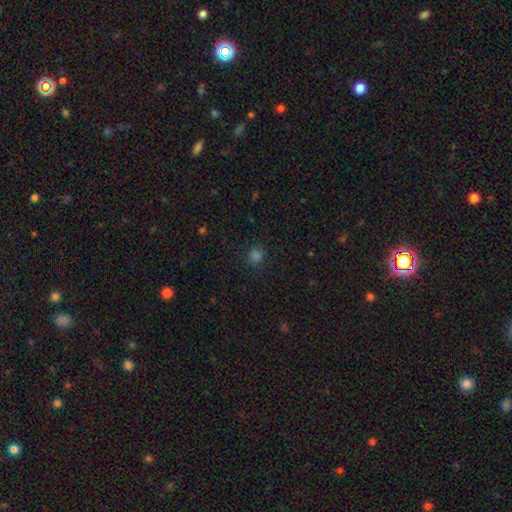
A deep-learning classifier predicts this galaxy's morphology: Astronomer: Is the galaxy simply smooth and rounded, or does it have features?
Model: smooth — 76%.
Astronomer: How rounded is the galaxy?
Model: round — 84%.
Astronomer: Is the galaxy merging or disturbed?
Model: none — 87%.